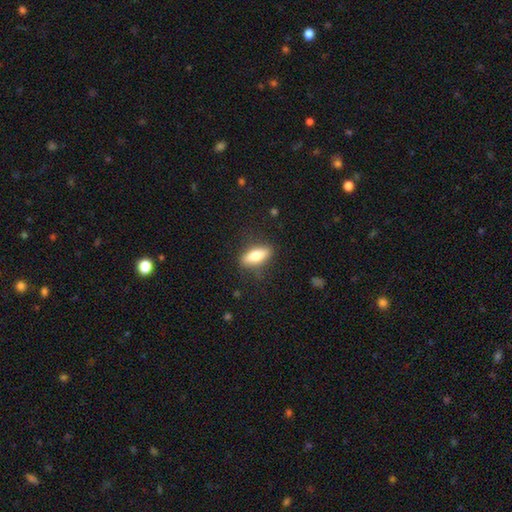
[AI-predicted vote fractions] Q: Smooth or featured?
A: smooth (76%); runner-up: featured or disk (18%)
Q: How rounded?
A: in between (73%); runner-up: cigar-shaped (24%)
Q: Merging?
A: none (81%); runner-up: minor disturbance (14%)